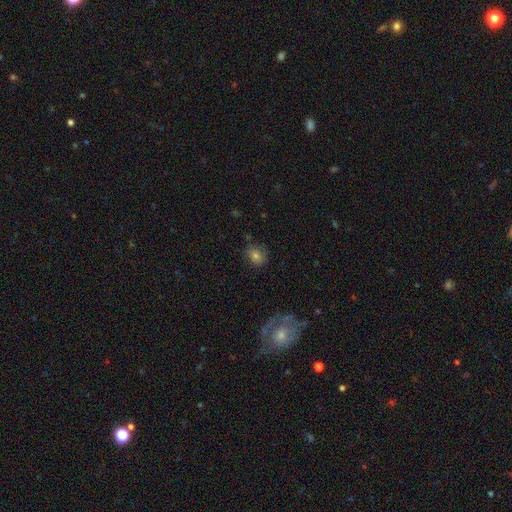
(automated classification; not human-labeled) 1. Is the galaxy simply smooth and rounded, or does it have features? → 68% smooth, 17% featured or disk, 15% star or artifact.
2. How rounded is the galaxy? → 65% round, 33% in between, 1% cigar-shaped.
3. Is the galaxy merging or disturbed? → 77% none, 15% minor disturbance, 5% major disturbance, 2% merger.